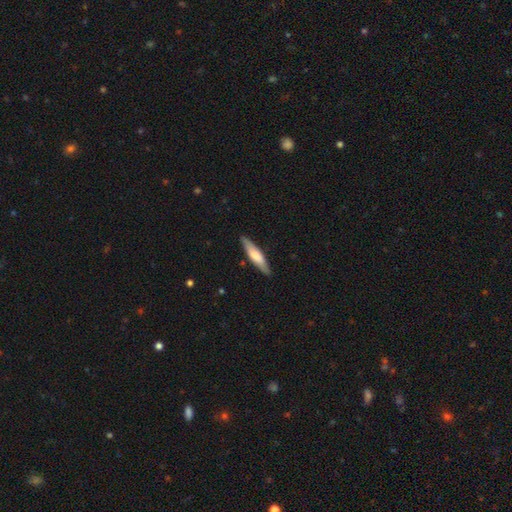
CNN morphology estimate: The model was most divided on "smooth or featured": smooth: 59%, featured or disk: 35%, star or artifact: 5%. More confident: merging — none (87%); how rounded — cigar-shaped (80%).